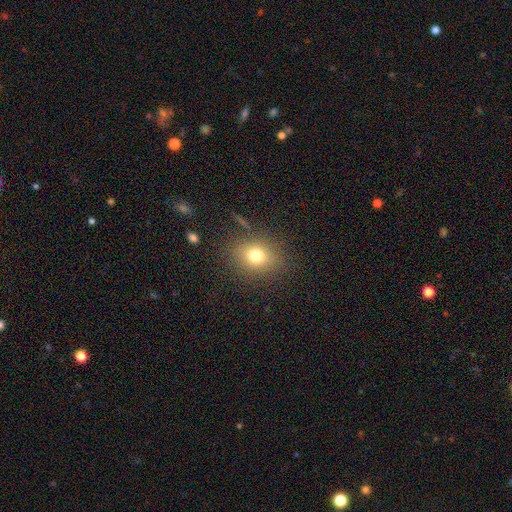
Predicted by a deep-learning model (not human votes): This appears to be a smooth galaxy with no disk features (74%) that is round (53%). Merging: none (82%).